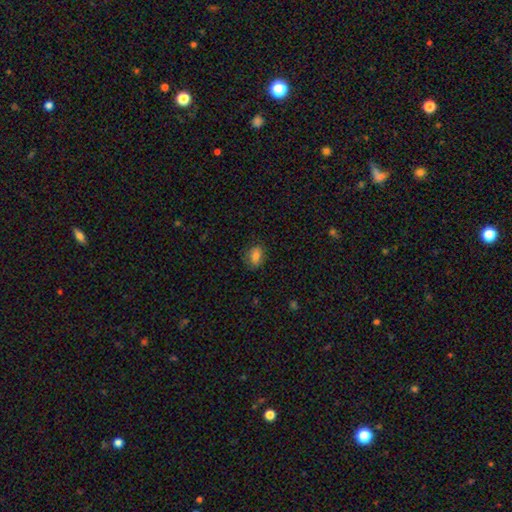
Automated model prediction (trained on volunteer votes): smooth 78%, featured or disk 12%, star or artifact 10%. Down the decision tree: how rounded — in between (68%); merging — none (79%).